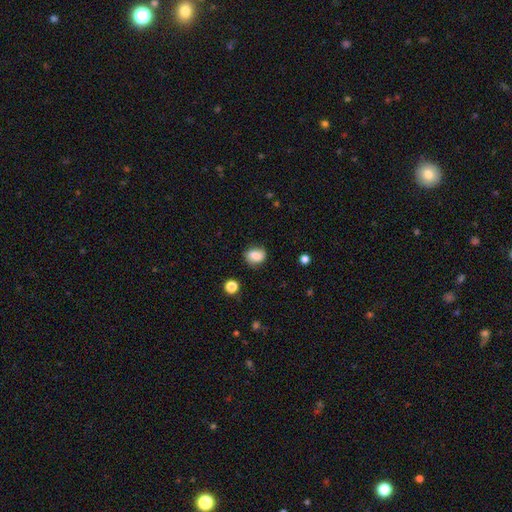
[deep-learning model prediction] This appears to be a smooth galaxy with no disk features (81%) that is in between round and cigar-shaped (54%). Merging: none (73%).